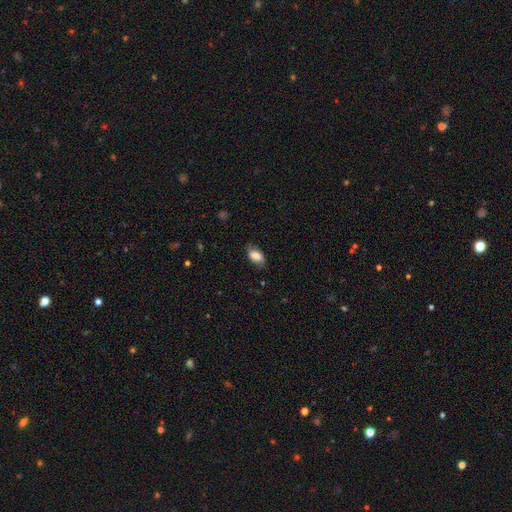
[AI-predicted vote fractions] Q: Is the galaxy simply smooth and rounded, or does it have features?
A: smooth — 77%.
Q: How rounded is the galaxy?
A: in between — 91%.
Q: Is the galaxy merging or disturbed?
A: none — 73%.